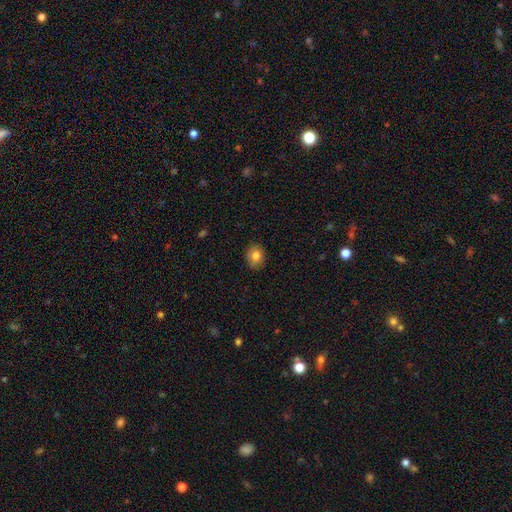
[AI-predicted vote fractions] Smooth or featured: smooth — 80% (featured or disk — 11%)
How rounded: round — 56% (in between — 43%)
Merging: none — 83% (minor disturbance — 13%)